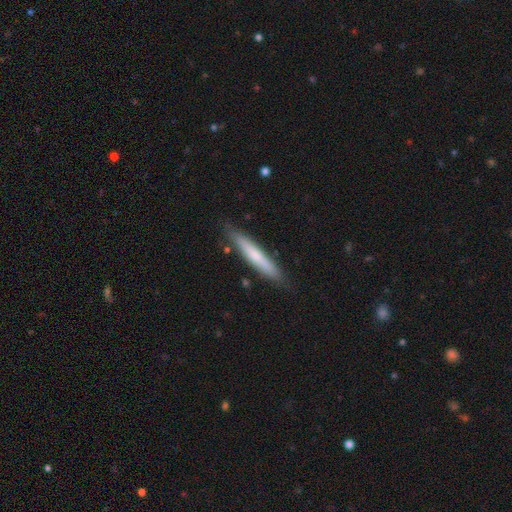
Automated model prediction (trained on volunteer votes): This appears to be a smooth galaxy with no disk features (64%) that is cigar-shaped (94%). Merging: none (85%).